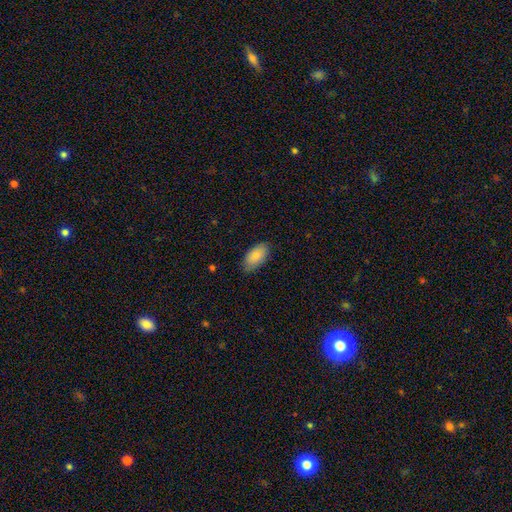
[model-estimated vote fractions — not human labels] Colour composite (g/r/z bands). It shows a smooth galaxy with no disk features (86%) that is in between round and cigar-shaped (94%). Merging: none (82%).